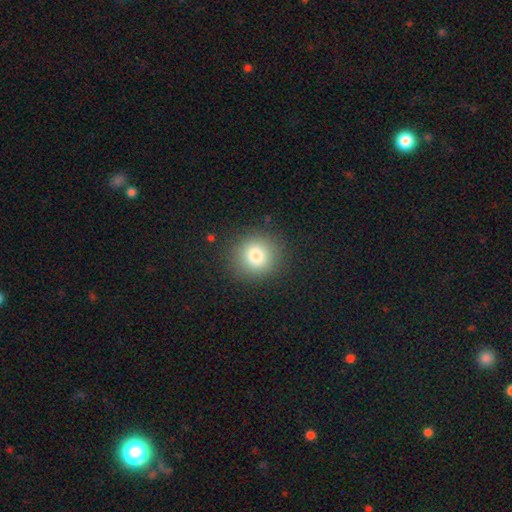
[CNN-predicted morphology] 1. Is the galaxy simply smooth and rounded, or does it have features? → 80% smooth, 12% star or artifact, 8% featured or disk.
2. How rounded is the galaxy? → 91% round, 8% in between, 1% cigar-shaped.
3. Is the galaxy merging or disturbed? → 89% none, 7% minor disturbance, 3% major disturbance, 1% merger.